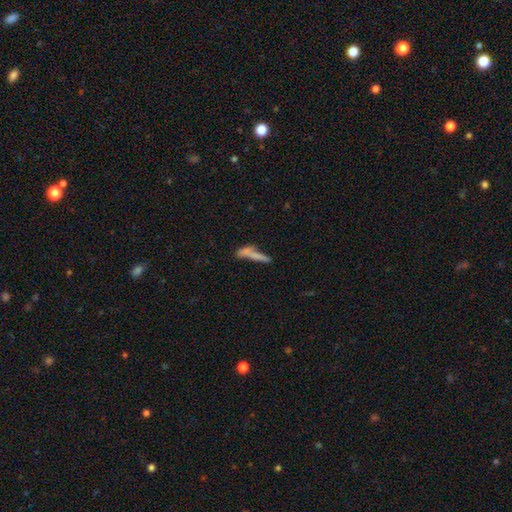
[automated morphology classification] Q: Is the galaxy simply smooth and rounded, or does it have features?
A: smooth — 67%.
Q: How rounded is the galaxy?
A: cigar-shaped — 86%.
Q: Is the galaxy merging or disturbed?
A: none — 46%.